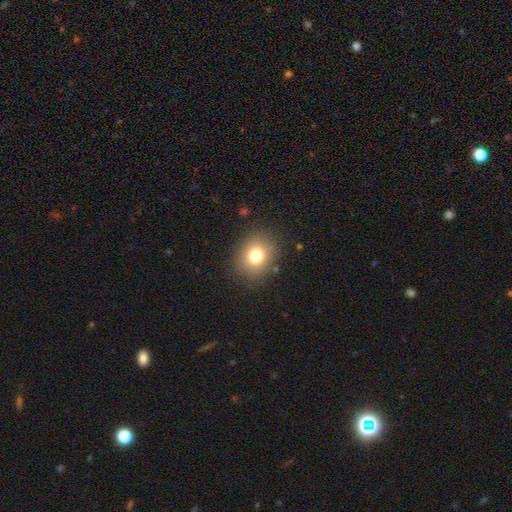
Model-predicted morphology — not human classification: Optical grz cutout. It shows a smooth galaxy with no disk features (78%) that is round (65%). Merging: none (86%).